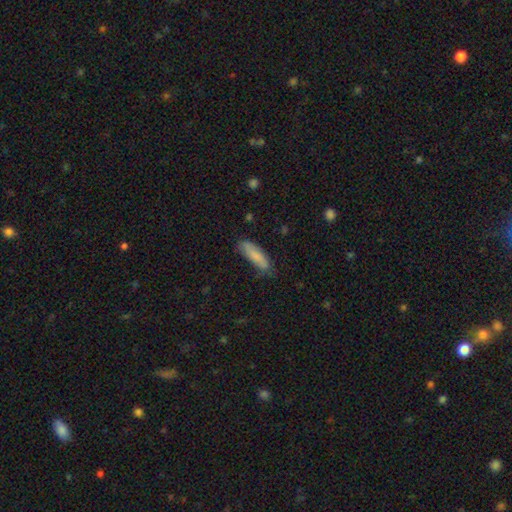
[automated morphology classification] Smooth or featured?
  - smooth: 82% *
  - featured or disk: 12%
  - star or artifact: 6%
How rounded?
  - cigar-shaped: 56% *
  - in between: 42%
  - round: 1%
Merging?
  - none: 72% *
  - minor disturbance: 22%
  - major disturbance: 4%
  - merger: 2%